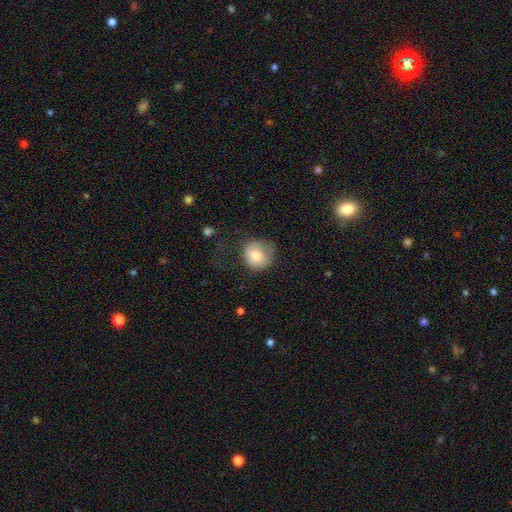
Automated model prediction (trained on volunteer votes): smooth_or_featured: smooth (p=0.75) [alt: featured or disk p=0.16]
how_rounded: round (p=0.85) [alt: in between p=0.14]
merging: none (p=0.50) [alt: minor disturbance p=0.29]